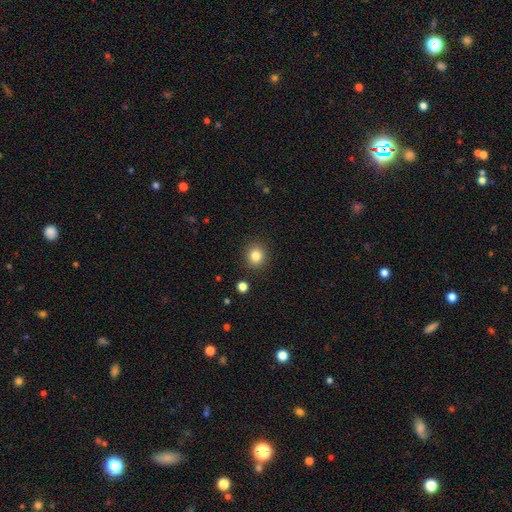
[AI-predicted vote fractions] This is clearly a smooth galaxy (83%). How rounded: clearly round (86%). Merging: clearly none (90%).